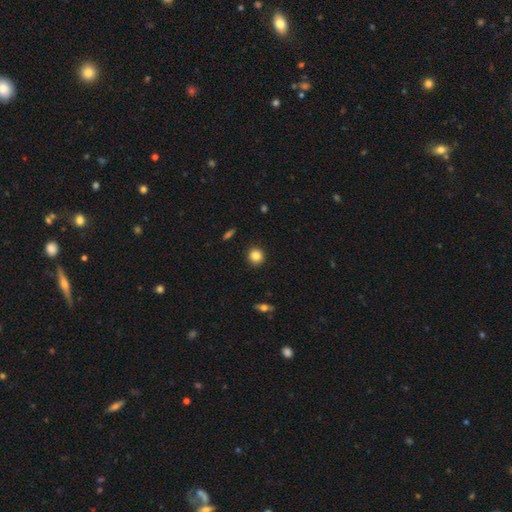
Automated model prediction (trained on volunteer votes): Smooth or featured? Predicted: smooth (p=0.85). How rounded? Predicted: round (p=0.90). Merging? Predicted: none (p=0.92).